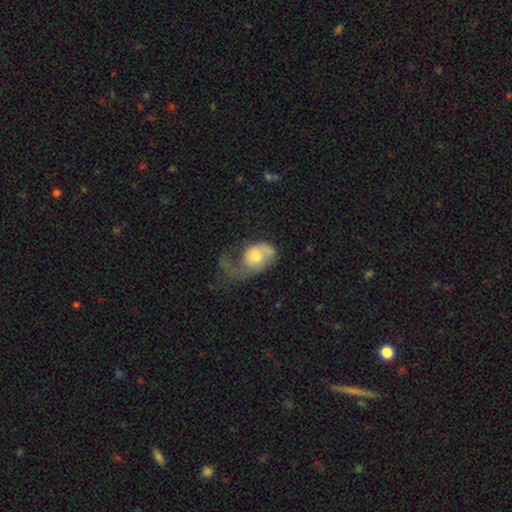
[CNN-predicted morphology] A featured or disk galaxy (49%). Merging: major disturbance (63%).